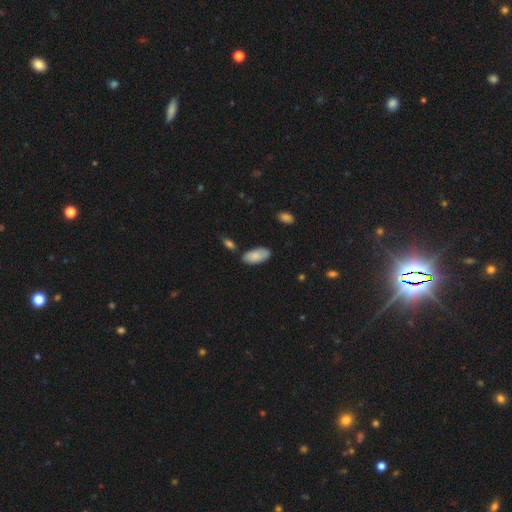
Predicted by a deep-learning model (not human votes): smooth 83%, featured or disk 11%, star or artifact 6%. Down the decision tree: how rounded — in between (93%); merging — none (74%).